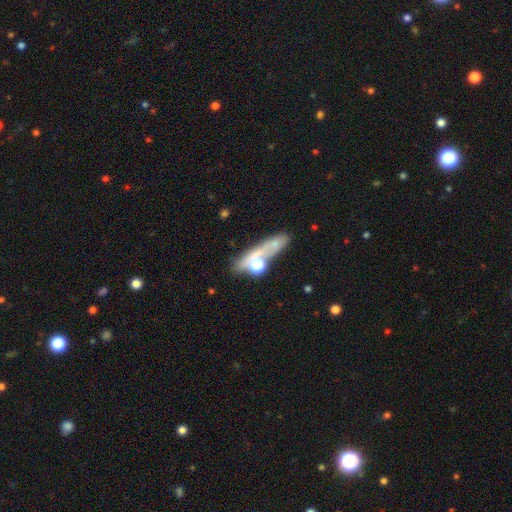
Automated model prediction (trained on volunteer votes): Overall: featured or disk (43%, tied with smooth). Merging: none (39%; merger 27%).